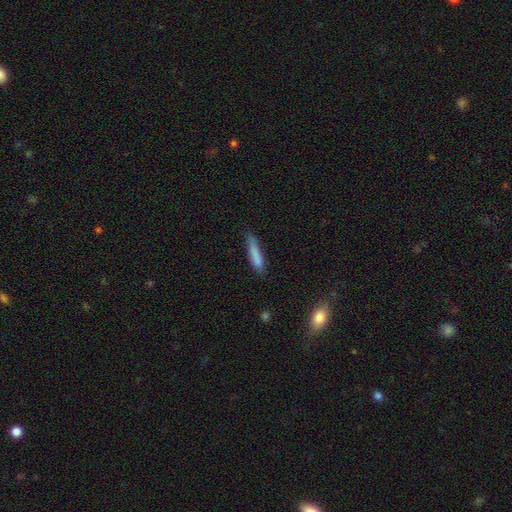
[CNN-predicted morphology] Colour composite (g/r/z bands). It shows a smooth galaxy with no disk features (82%) that is cigar-shaped (80%). Merging: none (68%).